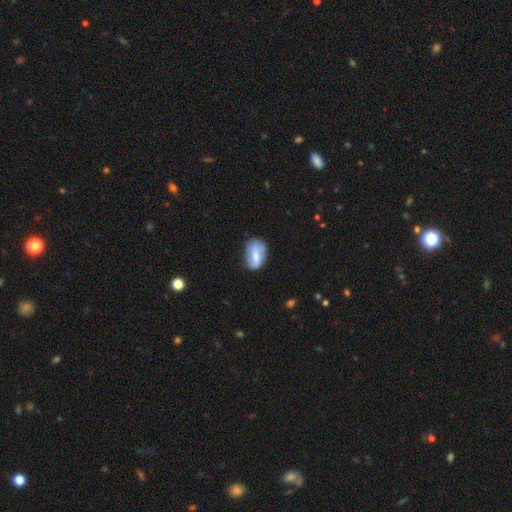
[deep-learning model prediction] smooth_or_featured: smooth (p=0.47) [alt: featured or disk p=0.46]
merging: none (p=0.60) [alt: minor disturbance p=0.28]